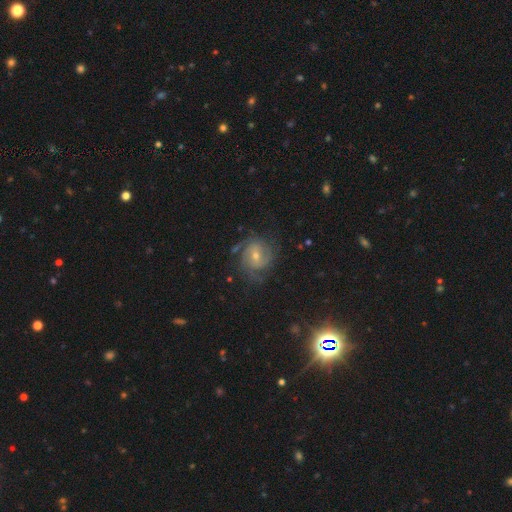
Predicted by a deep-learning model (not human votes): The model was most divided on "bar": no: 45%, weak: 44%, strong: 11%. Remaining: edge-on disk — no (97%); spiral arms — yes (93%); smooth or featured — featured or disk (77%); merging — none (66%); bulge size — small (49%); spiral winding — tight (47%); spiral arm count — 2 (37%).